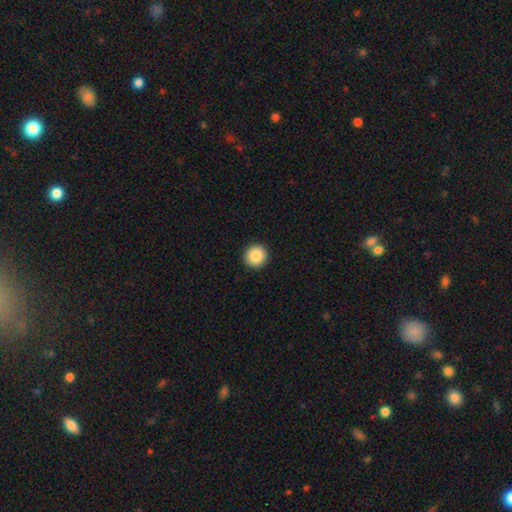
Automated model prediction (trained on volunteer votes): Smooth or featured? Predicted: smooth (p=0.86). How rounded? Predicted: round (p=0.94). Merging? Predicted: none (p=0.94).